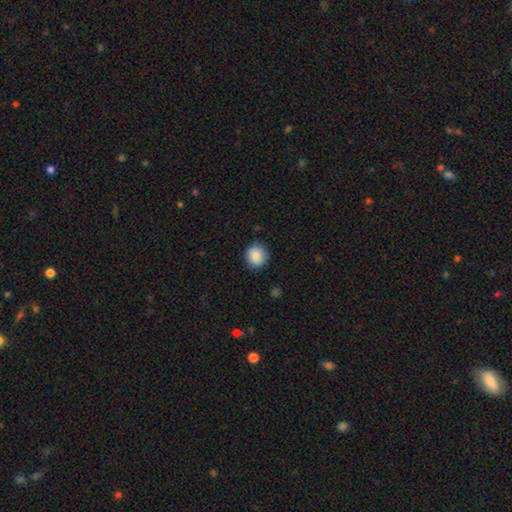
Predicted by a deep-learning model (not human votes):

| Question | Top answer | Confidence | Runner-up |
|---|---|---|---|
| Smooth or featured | smooth | 87% | star or artifact (8%) |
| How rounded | round | 86% | in between (13%) |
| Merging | none | 86% | minor disturbance (11%) |